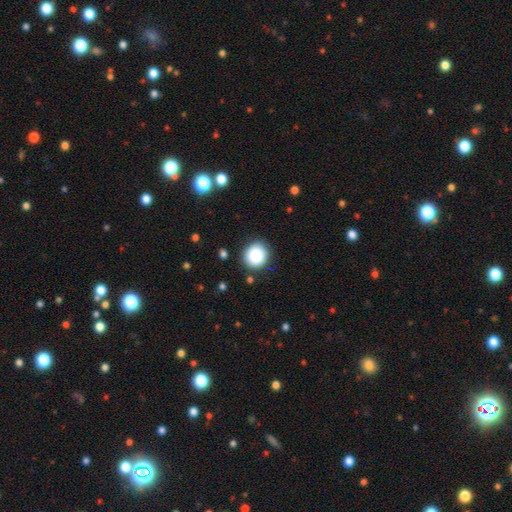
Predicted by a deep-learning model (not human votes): The model was most divided on "how rounded": round: 86%, in between: 13%, cigar-shaped: 1%. More confident: merging — none (87%); smooth or featured — smooth (87%).